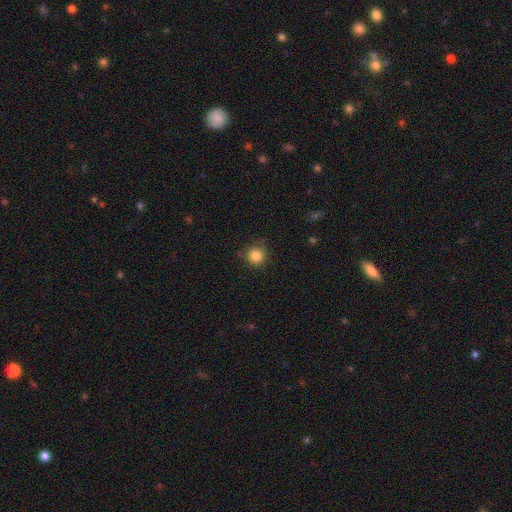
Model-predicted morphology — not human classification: Overall: smooth (85%). How rounded: round (92%). Merging: none (77%).